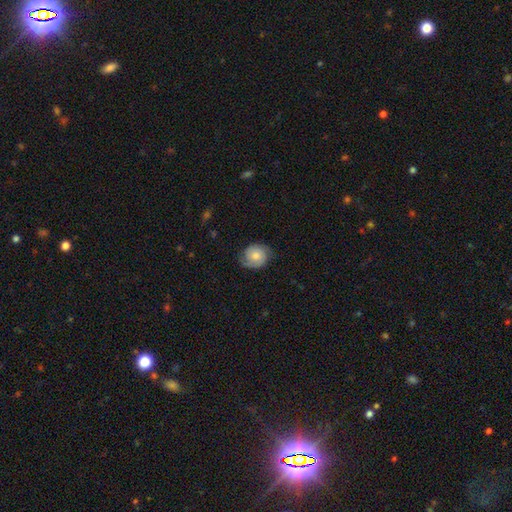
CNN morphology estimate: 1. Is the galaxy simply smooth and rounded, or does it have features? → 54% featured or disk, 39% smooth, 7% star or artifact.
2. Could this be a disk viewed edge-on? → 97% no, 3% yes.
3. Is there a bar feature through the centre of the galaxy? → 76% no, 21% weak, 3% strong.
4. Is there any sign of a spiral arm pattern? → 89% yes, 11% no.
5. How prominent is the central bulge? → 50% moderate, 39% small, 6% large, 4% none, 2% dominant.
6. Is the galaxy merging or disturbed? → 71% none, 21% minor disturbance, 7% major disturbance, 1% merger.